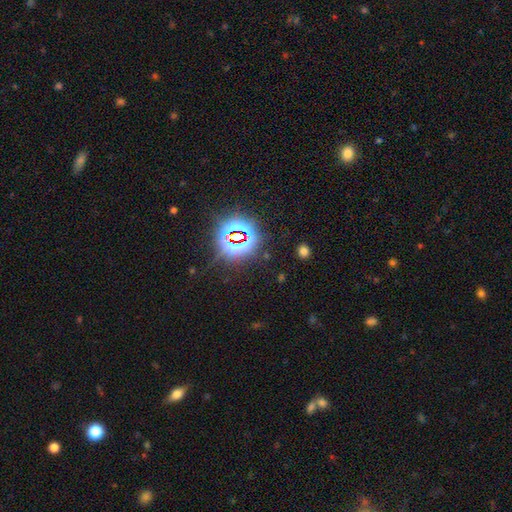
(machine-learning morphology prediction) Smooth or featured?
  - star or artifact: 80% *
  - smooth: 12%
  - featured or disk: 7%